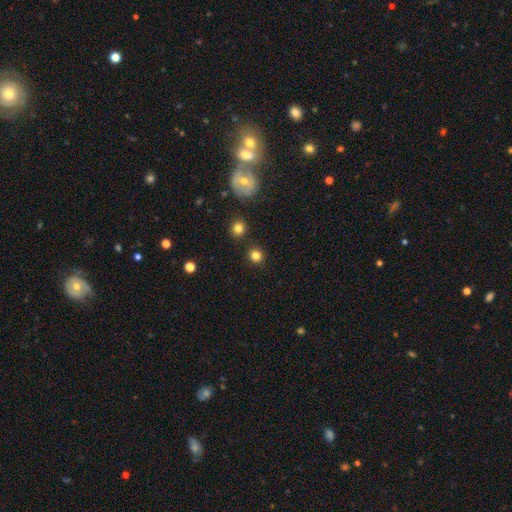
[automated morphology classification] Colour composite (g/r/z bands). It shows a smooth galaxy with no disk features (82%) that is round (88%). Merging: none (87%).